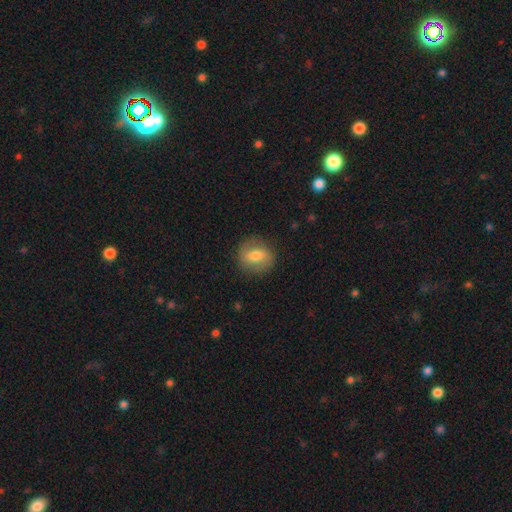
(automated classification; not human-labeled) This appears to be a smooth galaxy with no disk features (59%) that is round (71%). Merging: none (84%).